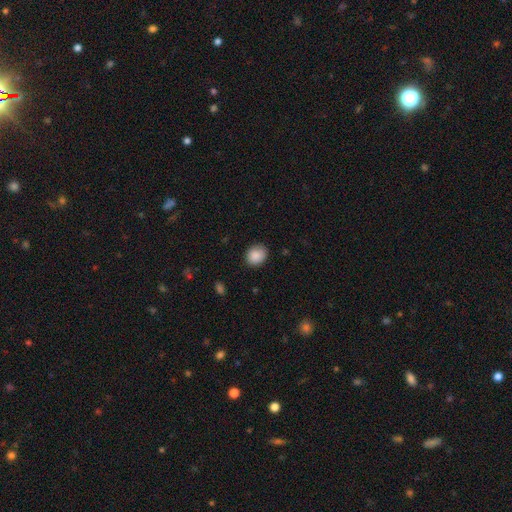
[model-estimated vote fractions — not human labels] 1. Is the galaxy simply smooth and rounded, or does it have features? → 88% smooth, 8% star or artifact, 4% featured or disk.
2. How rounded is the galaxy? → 66% round, 33% in between, 1% cigar-shaped.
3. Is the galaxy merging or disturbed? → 82% none, 14% minor disturbance, 3% major disturbance, 1% merger.